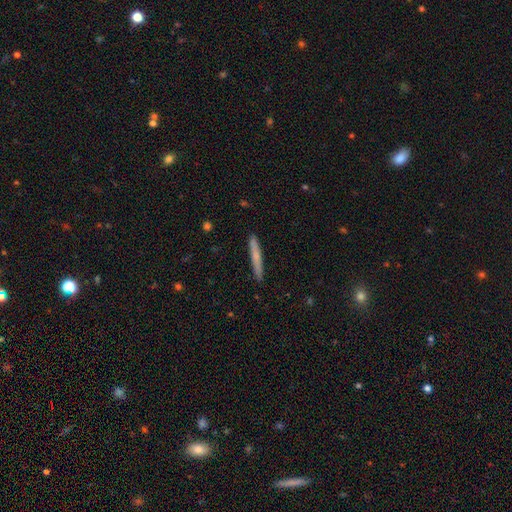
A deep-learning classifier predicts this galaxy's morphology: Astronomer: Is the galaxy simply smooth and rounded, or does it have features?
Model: smooth — 63%.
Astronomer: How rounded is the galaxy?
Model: cigar-shaped — 96%.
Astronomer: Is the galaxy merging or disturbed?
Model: none — 91%.